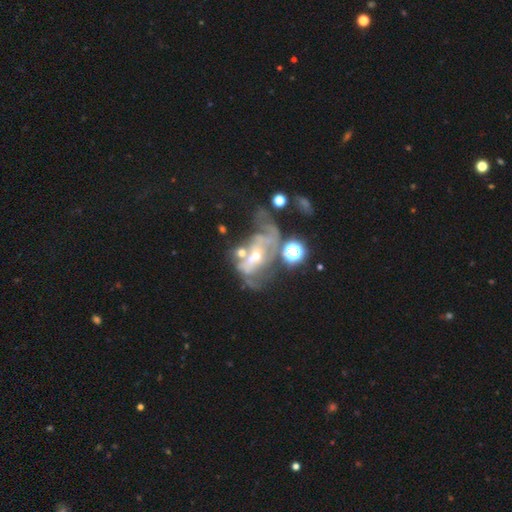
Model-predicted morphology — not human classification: A featured or disk galaxy (71%) with no bar (67%), spiral arms (57%) and a small central bulge (53%).

Vote fractions:
- Smooth or featured? featured or disk: 71% / star or artifact: 15% / smooth: 15%
- Edge-on disk? no: 95% / yes: 5%
- Bar? no: 67% / weak: 22% / strong: 11%
- Spiral arms? yes: 57% / no: 43%
- Bulge size? small: 53% / moderate: 38% / none: 5% / large: 3% / dominant: 1%
- Merging? major disturbance: 39% / merger: 29% / none: 19% / minor disturbance: 13%